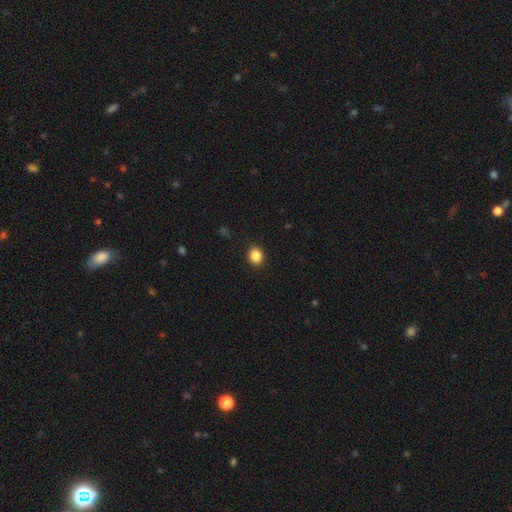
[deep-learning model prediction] A smooth galaxy with no disk features (87%) that is round (70%).

Vote fractions:
- Smooth or featured? smooth: 87% / star or artifact: 10% / featured or disk: 3%
- How rounded? round: 70% / in between: 29% / cigar-shaped: 1%
- Merging? none: 91% / minor disturbance: 6% / major disturbance: 2% / merger: 1%